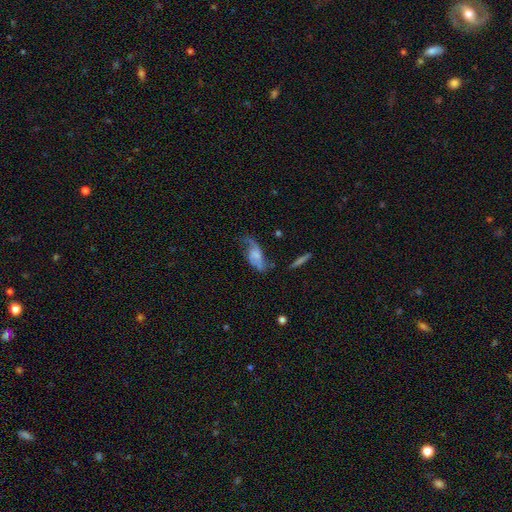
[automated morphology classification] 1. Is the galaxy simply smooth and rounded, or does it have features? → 61% featured or disk, 30% smooth, 8% star or artifact.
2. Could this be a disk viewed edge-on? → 90% no, 10% yes.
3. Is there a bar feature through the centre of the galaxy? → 58% no, 33% weak, 8% strong.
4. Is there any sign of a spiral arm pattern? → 83% yes, 17% no.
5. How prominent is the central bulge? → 36% small (tied), 36% none (tied), 21% moderate, 6% large, 2% dominant.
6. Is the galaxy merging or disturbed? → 36% none, 32% major disturbance, 26% minor disturbance, 6% merger.